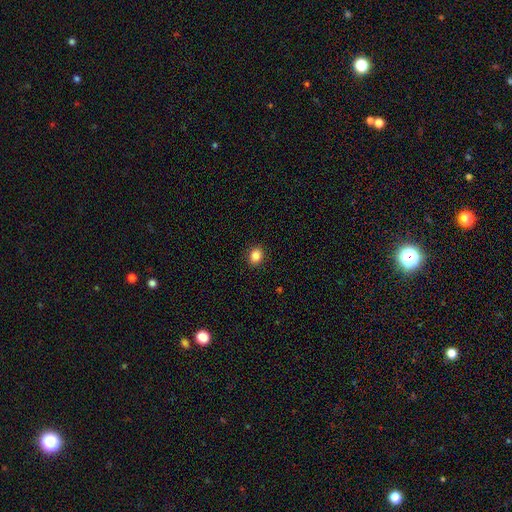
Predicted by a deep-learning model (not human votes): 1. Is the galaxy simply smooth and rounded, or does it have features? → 87% smooth, 10% star or artifact, 3% featured or disk.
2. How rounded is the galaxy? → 61% round, 38% in between, 1% cigar-shaped.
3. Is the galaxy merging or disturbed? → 90% none, 7% minor disturbance, 2% major disturbance, 1% merger.